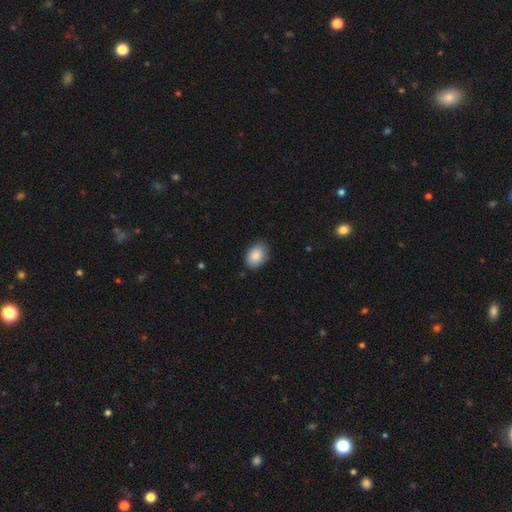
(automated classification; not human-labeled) Smooth or featured? smooth (88%)
How rounded? in between (82%)
Merging? none (83%)